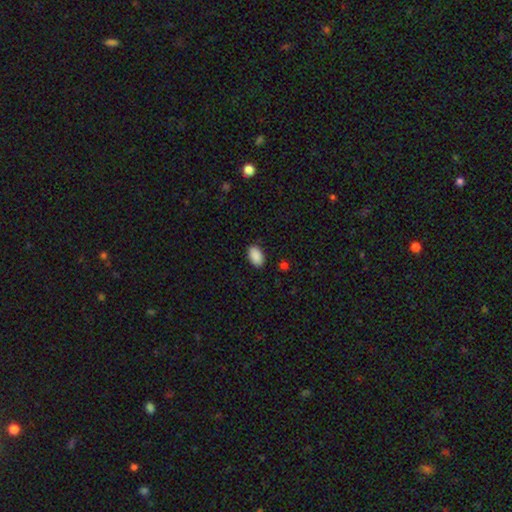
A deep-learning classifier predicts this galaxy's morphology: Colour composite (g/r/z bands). It shows a smooth galaxy with no disk features (91%) that is in between round and cigar-shaped (93%). Merging: none (88%).